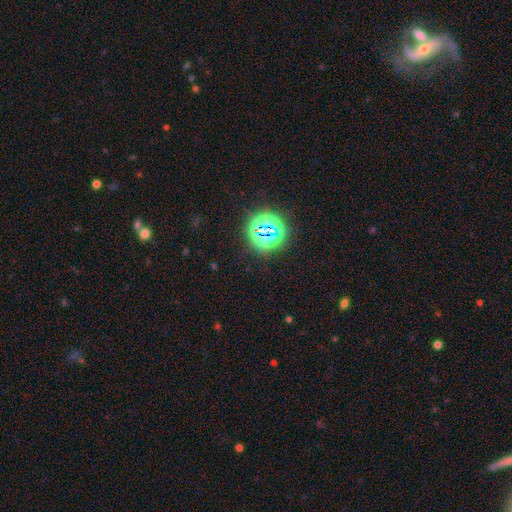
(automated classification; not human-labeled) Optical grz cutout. It shows a star or artifact, not a galaxy (80%).